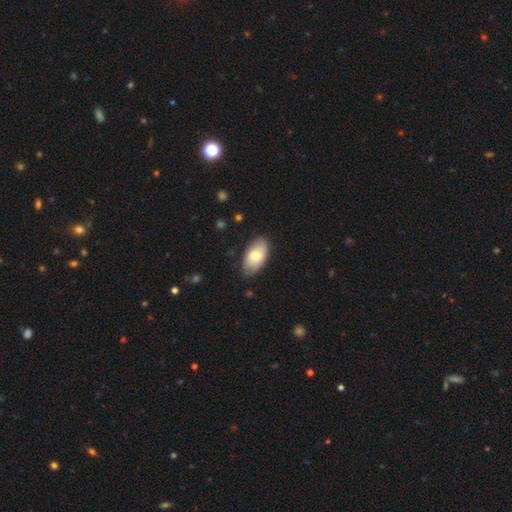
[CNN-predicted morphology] Q: Smooth or featured?
A: smooth (72%); runner-up: featured or disk (22%)
Q: How rounded?
A: in between (95%); runner-up: round (4%)
Q: Merging?
A: none (82%); runner-up: minor disturbance (15%)